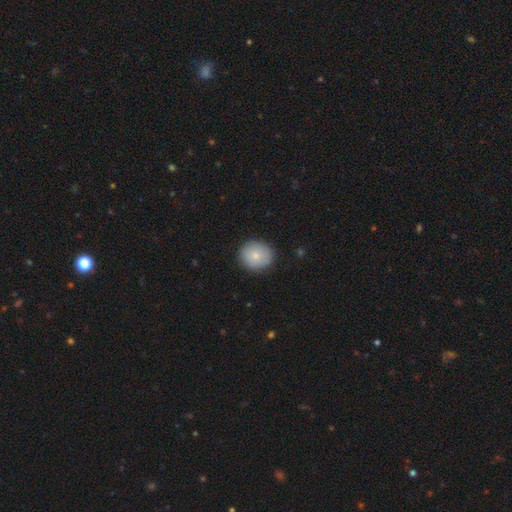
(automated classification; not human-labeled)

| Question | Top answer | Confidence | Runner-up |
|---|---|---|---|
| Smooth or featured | smooth | 79% | featured or disk (14%) |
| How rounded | round | 82% | in between (17%) |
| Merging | none | 88% | minor disturbance (9%) |